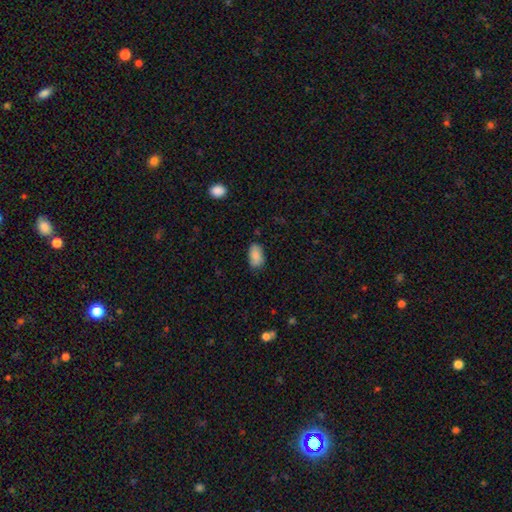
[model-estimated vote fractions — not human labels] Morphology: type=smooth (87%); roundness=in between (93%); merging=none (78%).